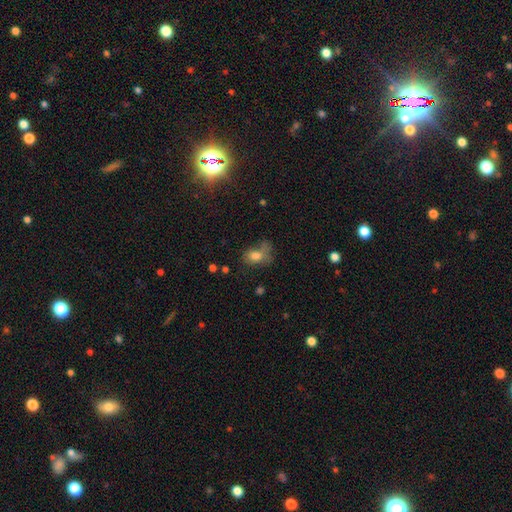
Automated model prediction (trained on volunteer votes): Smooth or featured?
  - smooth: 69% *
  - featured or disk: 15%
  - star or artifact: 15%
How rounded?
  - in between: 69% *
  - round: 29%
  - cigar-shaped: 2%
Merging?
  - none: 37% *
  - major disturbance: 25%
  - minor disturbance: 25%
  - merger: 12%